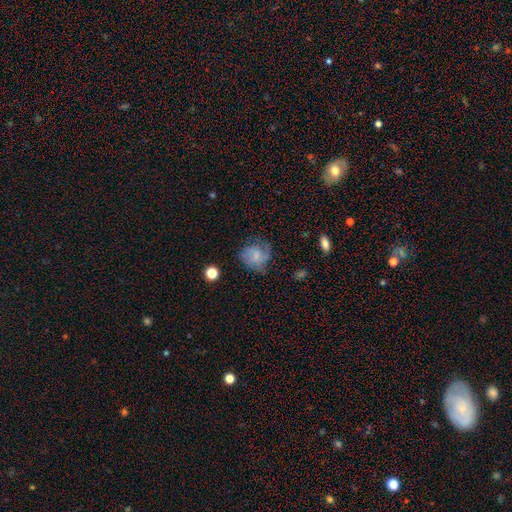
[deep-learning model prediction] Smooth or featured? Predicted: smooth (p=0.52). How rounded? Predicted: round (p=0.73). Merging? Predicted: none (p=0.58).